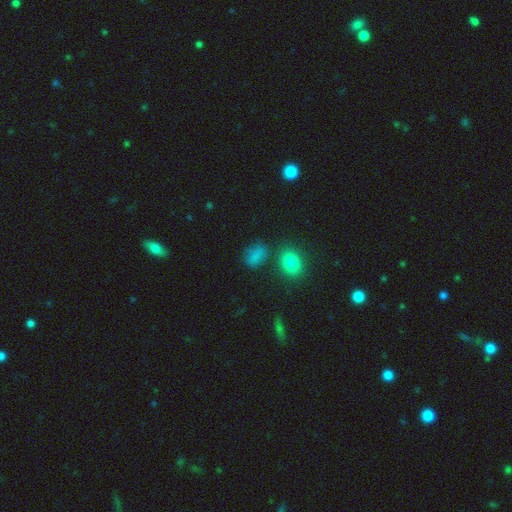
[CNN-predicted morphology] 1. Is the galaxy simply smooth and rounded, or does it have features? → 78% smooth, 15% star or artifact, 7% featured or disk.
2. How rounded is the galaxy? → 74% in between, 23% round, 3% cigar-shaped.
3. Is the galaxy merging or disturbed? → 64% none, 17% minor disturbance, 11% merger, 7% major disturbance.